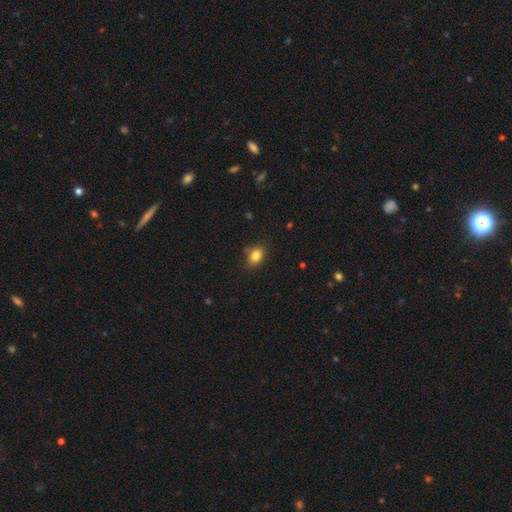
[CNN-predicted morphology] A smooth galaxy with no disk features (84%) that is in between round and cigar-shaped (69%).

Vote fractions:
- Smooth or featured? smooth: 84% / star or artifact: 10% / featured or disk: 6%
- How rounded? in between: 69% / round: 29% / cigar-shaped: 1%
- Merging? none: 81% / minor disturbance: 14% / major disturbance: 3% / merger: 2%